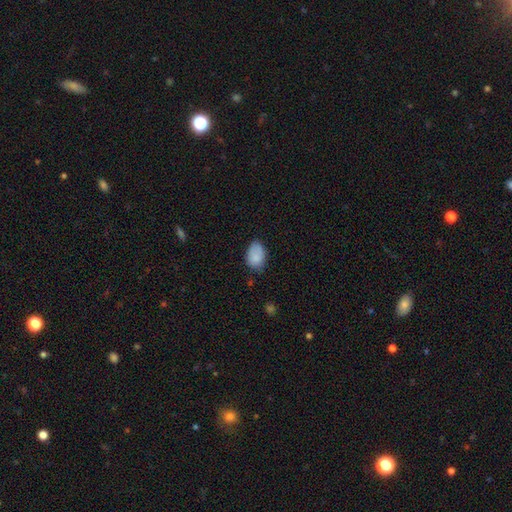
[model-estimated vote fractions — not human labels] The model was most divided on "merging": none: 62%, minor disturbance: 31%, major disturbance: 6%, merger: 2%. More confident: smooth or featured — smooth (85%); how rounded — in between (85%).